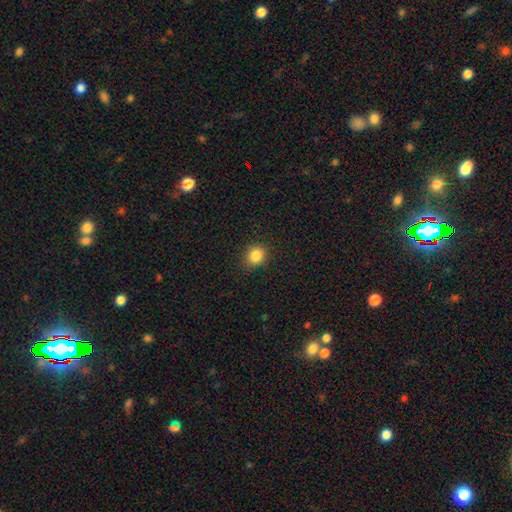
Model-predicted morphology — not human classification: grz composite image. It shows a smooth galaxy with no disk features (85%) that is round (74%). Merging: none (87%).